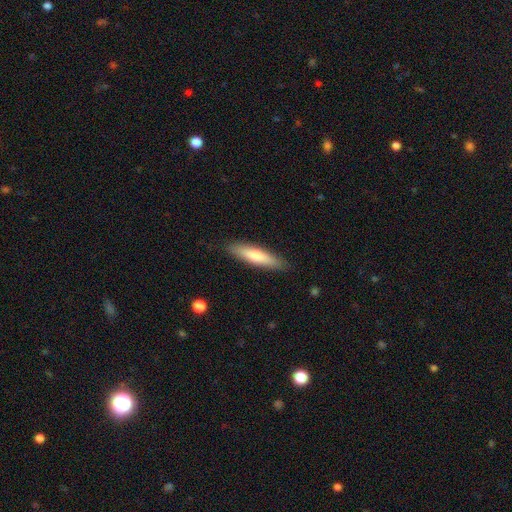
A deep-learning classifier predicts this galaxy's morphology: smooth-or-featured: smooth: 65% | featured or disk: 29% | star or artifact: 6%
  how-rounded: cigar-shaped: 80% | in between: 19% | round: 1%
  merging: none: 88% | minor disturbance: 9% | major disturbance: 2% | merger: 1%